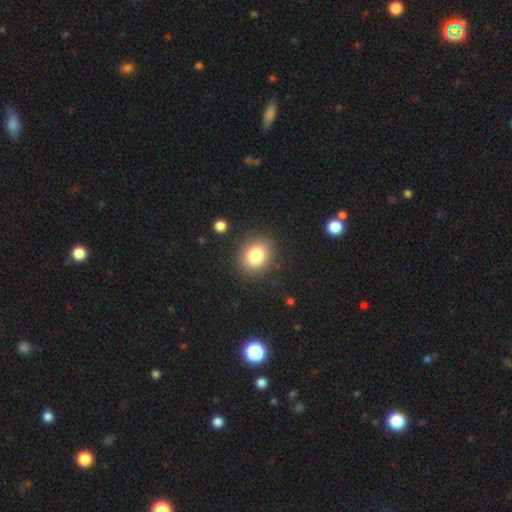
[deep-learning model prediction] A smooth galaxy with no disk features (82%) that is round (66%). Merging: none (87%).